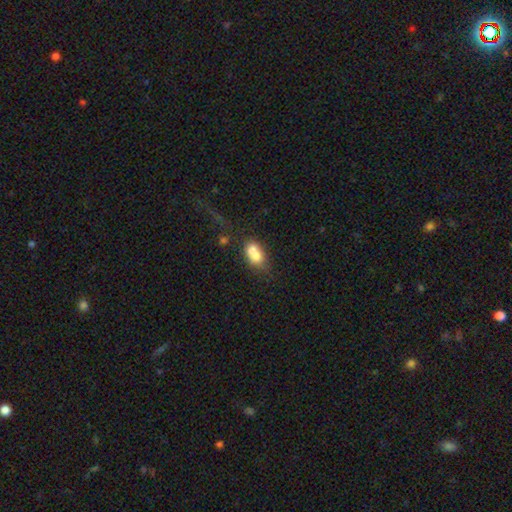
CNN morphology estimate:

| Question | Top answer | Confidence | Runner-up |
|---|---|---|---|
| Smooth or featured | smooth | 66% | featured or disk (24%) |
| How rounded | in between | 63% | round (34%) |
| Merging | merger | 61% | none (23%) |